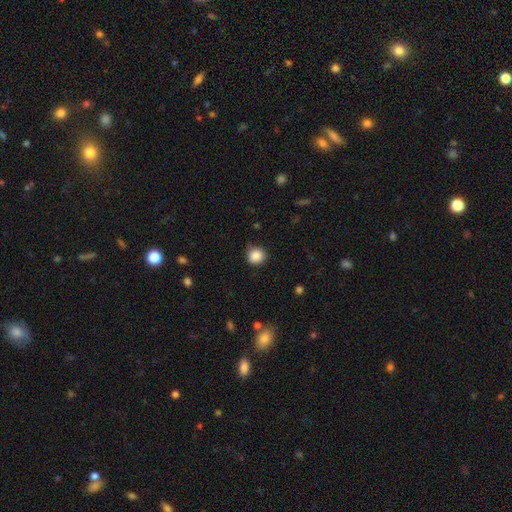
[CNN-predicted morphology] smooth_or_featured: smooth (p=0.87) [alt: star or artifact p=0.10]
how_rounded: round (p=0.91) [alt: in between p=0.08]
merging: none (p=0.84) [alt: minor disturbance p=0.13]